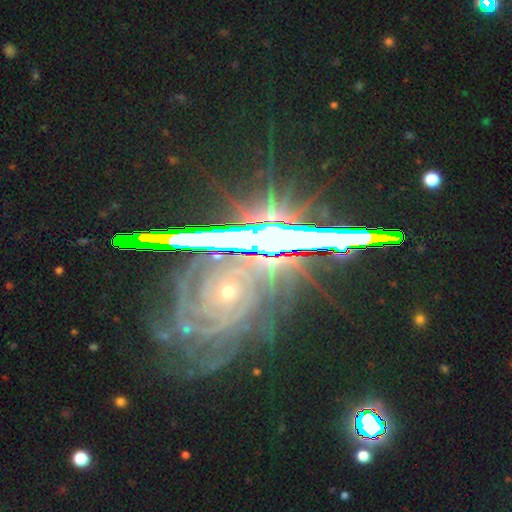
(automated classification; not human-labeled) Morphology: type=featured or disk (54%); edge-on=no (62%); merging=none (73%).